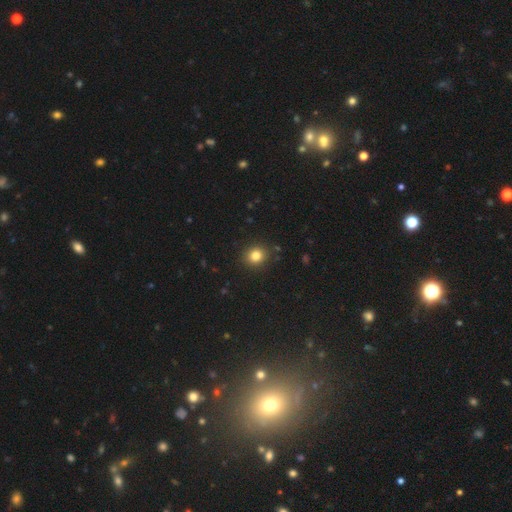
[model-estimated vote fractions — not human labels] Q: Smooth or featured?
A: smooth (82%); runner-up: star or artifact (12%)
Q: How rounded?
A: round (76%); runner-up: in between (23%)
Q: Merging?
A: none (89%); runner-up: minor disturbance (7%)